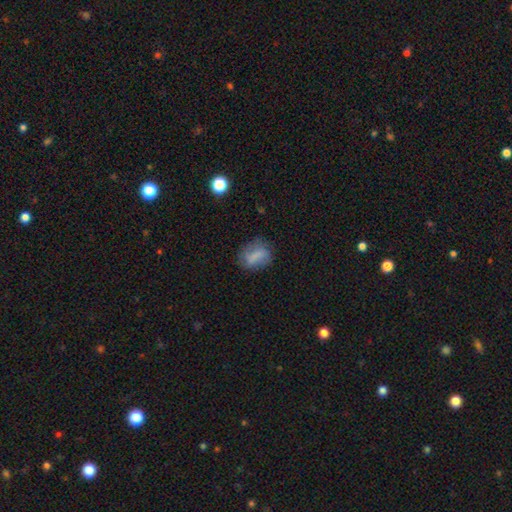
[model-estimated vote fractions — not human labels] Smooth or featured? smooth (71%)
How rounded? in between (59%)
Merging? none (62%)